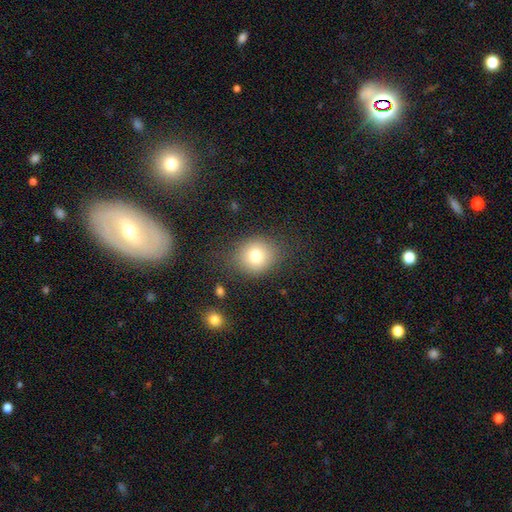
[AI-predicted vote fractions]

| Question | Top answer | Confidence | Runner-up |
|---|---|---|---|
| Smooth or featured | smooth | 77% | featured or disk (12%) |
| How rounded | round | 73% | in between (26%) |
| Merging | none | 79% | minor disturbance (13%) |